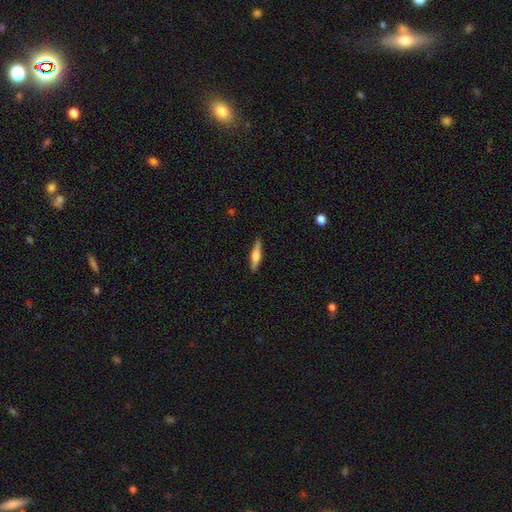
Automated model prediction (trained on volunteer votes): The model was most divided on "smooth or featured": smooth: 48%, featured or disk: 46%, star or artifact: 6%. More confident: merging — none (88%).